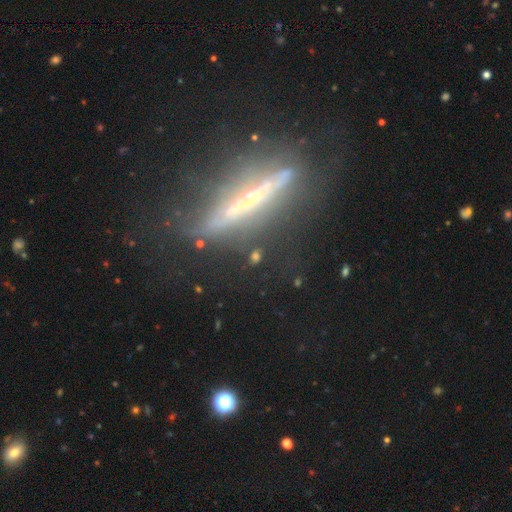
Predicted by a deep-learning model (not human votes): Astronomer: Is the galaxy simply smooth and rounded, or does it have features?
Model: featured or disk — 74%.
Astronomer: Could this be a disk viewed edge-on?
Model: yes — 82%.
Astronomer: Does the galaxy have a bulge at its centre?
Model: none — 52% (runner-up: rounded, 35%).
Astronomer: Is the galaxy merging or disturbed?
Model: none — 68%.